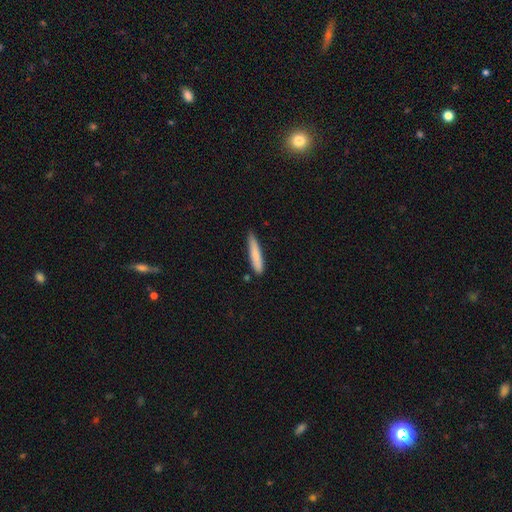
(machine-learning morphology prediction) This appears to be a smooth galaxy with no disk features (81%) that is cigar-shaped (90%). Merging: none (74%).